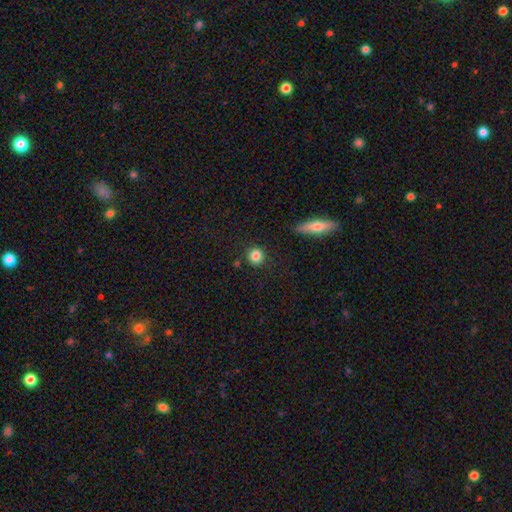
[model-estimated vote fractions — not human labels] A smooth galaxy with no disk features (84%) that is round (90%).

Vote fractions:
- Smooth or featured? smooth: 84% / star or artifact: 10% / featured or disk: 6%
- How rounded? round: 90% / in between: 8% / cigar-shaped: 1%
- Merging? none: 87% / minor disturbance: 8% / merger: 3% / major disturbance: 2%